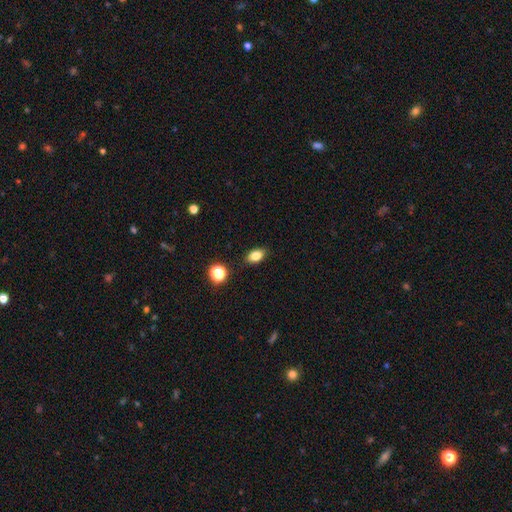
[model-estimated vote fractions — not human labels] smooth 80%, star or artifact 12%, featured or disk 8%. Down the decision tree: how rounded — in between (82%); merging — none (87%).